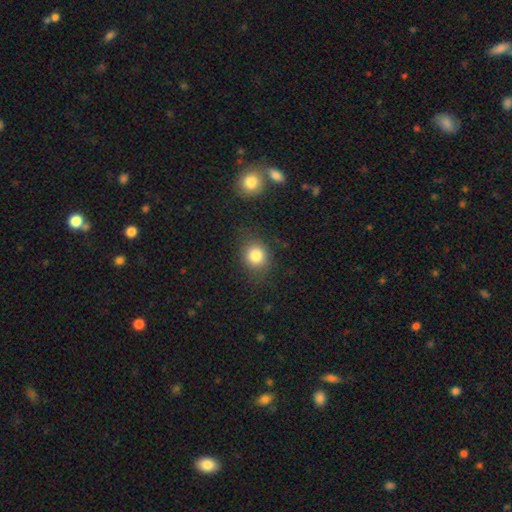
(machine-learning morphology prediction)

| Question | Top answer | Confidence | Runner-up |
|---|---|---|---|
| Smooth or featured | smooth | 83% | star or artifact (11%) |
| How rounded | round | 73% | in between (26%) |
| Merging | none | 78% | minor disturbance (14%) |